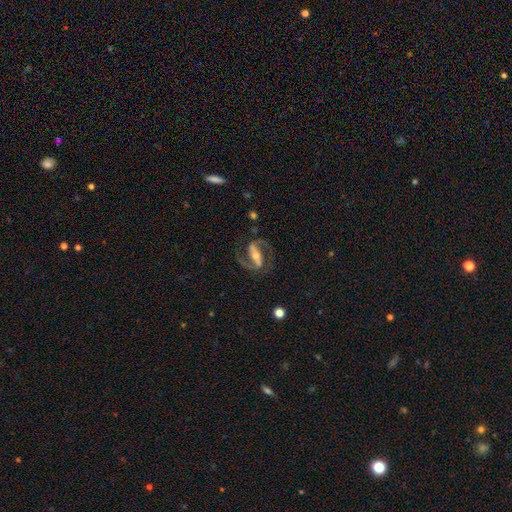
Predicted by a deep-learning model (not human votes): The model was most divided on "bulge size": moderate: 56%, small: 34%, large: 6%, none: 2%, dominant: 1%. More confident: spiral arms — yes (96%); edge-on disk — no (95%); spiral arm count — 2 (93%); smooth or featured — featured or disk (88%); merging — none (77%); bar — strong (66%); spiral winding — medium (60%).